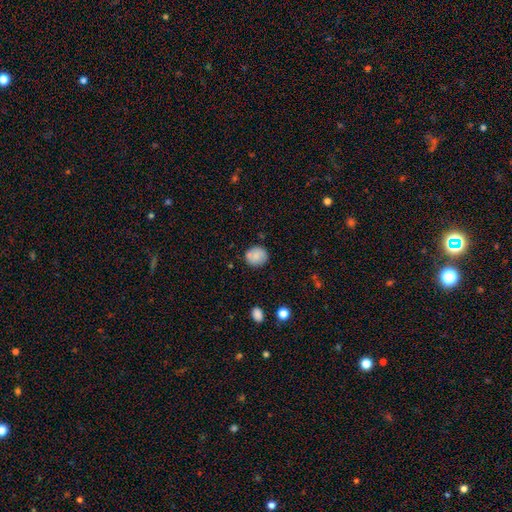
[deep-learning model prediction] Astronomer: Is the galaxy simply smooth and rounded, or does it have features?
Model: smooth — 77%.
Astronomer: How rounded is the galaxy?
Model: round — 81%.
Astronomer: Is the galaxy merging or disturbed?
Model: none — 81%.